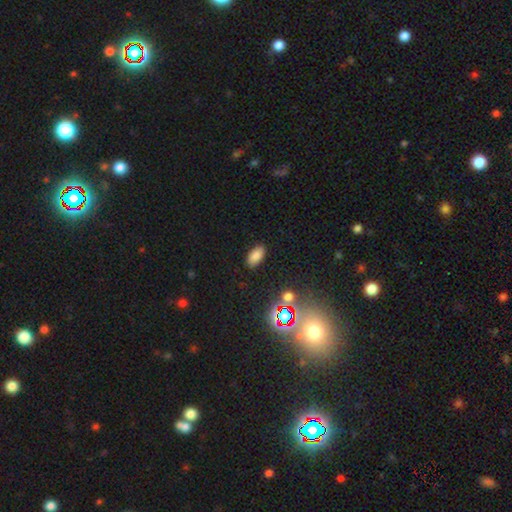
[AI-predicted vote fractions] smooth-or-featured: smooth: 79% | star or artifact: 16% | featured or disk: 6%
  how-rounded: in between: 93% | round: 4% | cigar-shaped: 4%
  merging: none: 88% | minor disturbance: 9% | major disturbance: 2% | merger: 1%